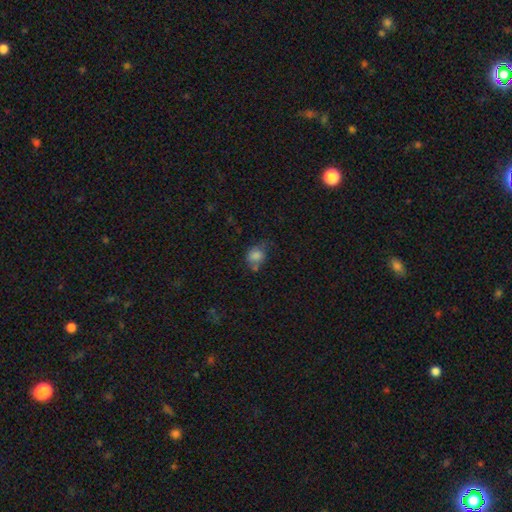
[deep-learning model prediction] Smooth or featured? smooth (77%)
How rounded? round (54%)
Merging? none (46%)